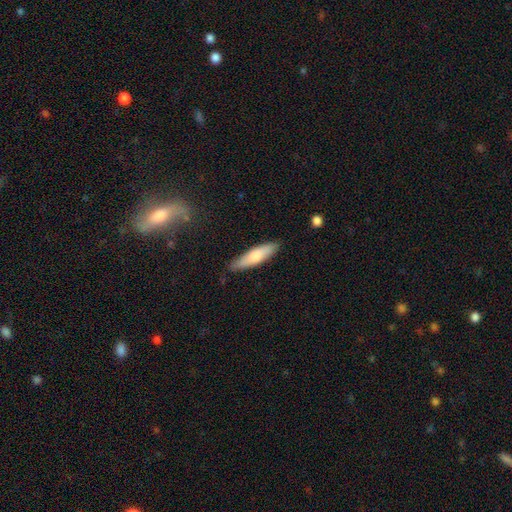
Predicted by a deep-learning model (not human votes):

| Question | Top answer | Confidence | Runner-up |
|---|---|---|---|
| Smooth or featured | smooth | 72% | featured or disk (22%) |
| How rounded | cigar-shaped | 68% | in between (31%) |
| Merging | none | 84% | minor disturbance (13%) |